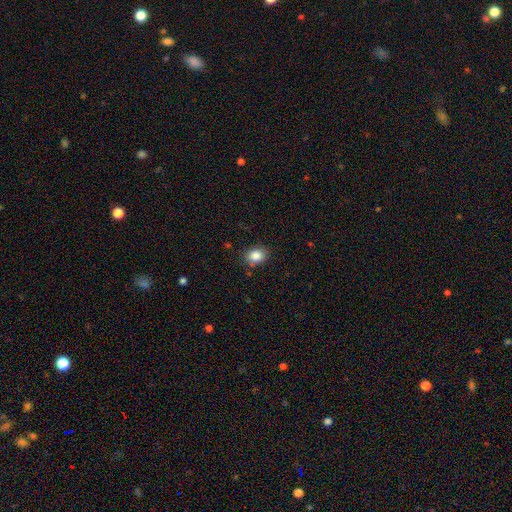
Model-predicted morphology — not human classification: smooth_or_featured: smooth (p=0.86) [alt: star or artifact p=0.09]
how_rounded: in between (p=0.57) [alt: round p=0.42]
merging: none (p=0.80) [alt: minor disturbance p=0.14]